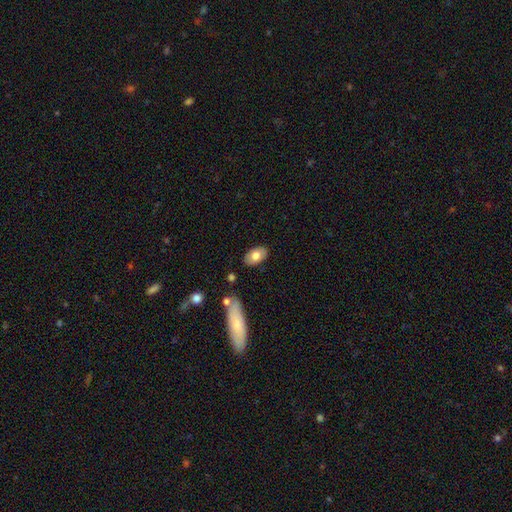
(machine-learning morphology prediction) A smooth galaxy with no disk features (73%) that is in between round and cigar-shaped (92%). Merging: none (83%).